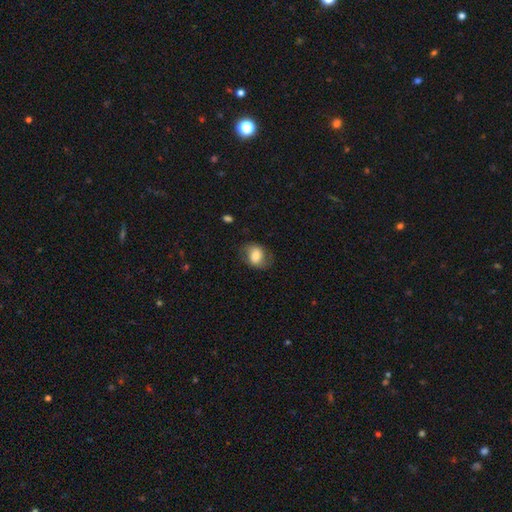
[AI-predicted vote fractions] Overall: smooth (62%; featured or disk 30%). How rounded: in between (61%; round 38%). Merging: none (70%).